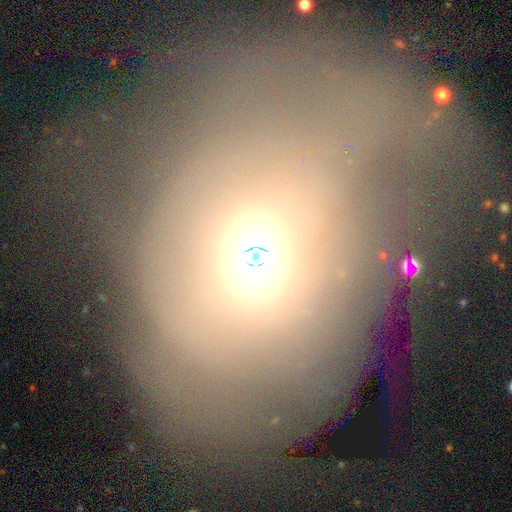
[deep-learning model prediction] Smooth or featured?
  - smooth: 52% *
  - featured or disk: 26%
  - star or artifact: 22%
How rounded?
  - round: 63% *
  - in between: 34%
  - cigar-shaped: 3%
Merging?
  - none: 42% *
  - major disturbance: 26%
  - minor disturbance: 18%
  - merger: 14%